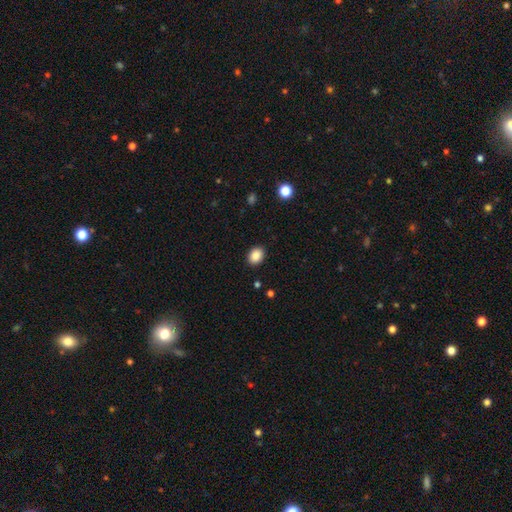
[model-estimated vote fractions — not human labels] smooth-or-featured: smooth: 88% | star or artifact: 9% | featured or disk: 3%
  how-rounded: in between: 58% | round: 41% | cigar-shaped: 1%
  merging: none: 90% | minor disturbance: 7% | major disturbance: 2% | merger: 1%